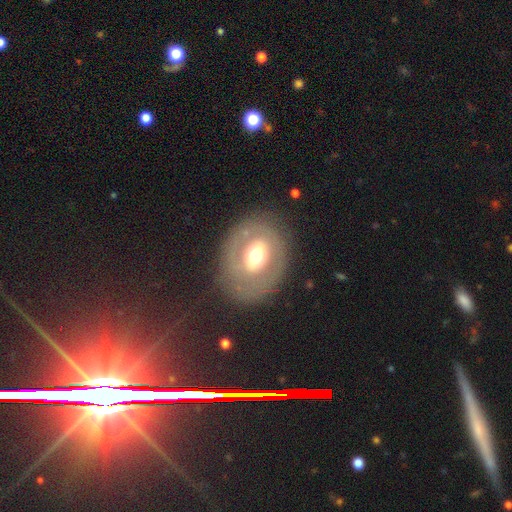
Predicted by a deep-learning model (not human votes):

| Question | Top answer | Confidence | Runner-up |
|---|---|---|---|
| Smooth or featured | featured or disk | 58% | smooth (35%) |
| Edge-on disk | no | 94% | yes (6%) |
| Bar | no | 43% | weak (34%) |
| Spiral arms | no | 74% | yes (26%) |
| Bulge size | moderate | 62% | large (21%) |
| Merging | none | 73% | minor disturbance (15%) |